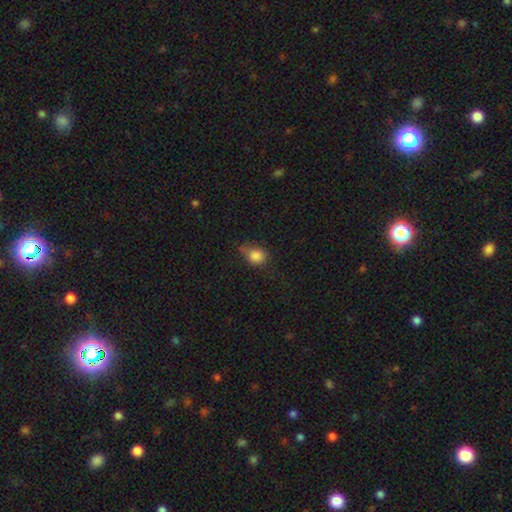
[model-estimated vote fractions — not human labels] Smooth or featured? smooth (83%)
How rounded? round (59%)
Merging? none (47%)